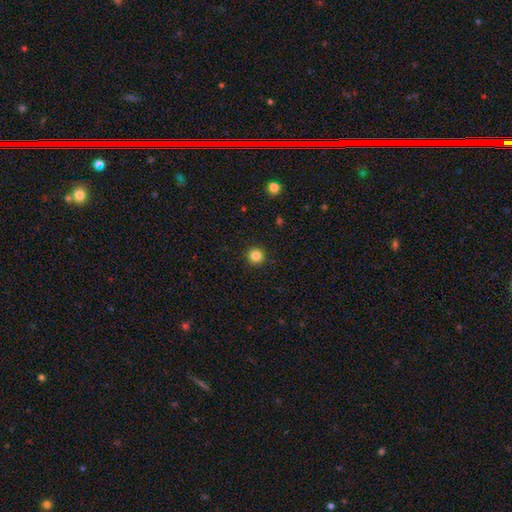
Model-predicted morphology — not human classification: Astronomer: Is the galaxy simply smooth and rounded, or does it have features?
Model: smooth — 84%.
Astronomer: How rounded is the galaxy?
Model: round — 96%.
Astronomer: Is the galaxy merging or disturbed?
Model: none — 93%.